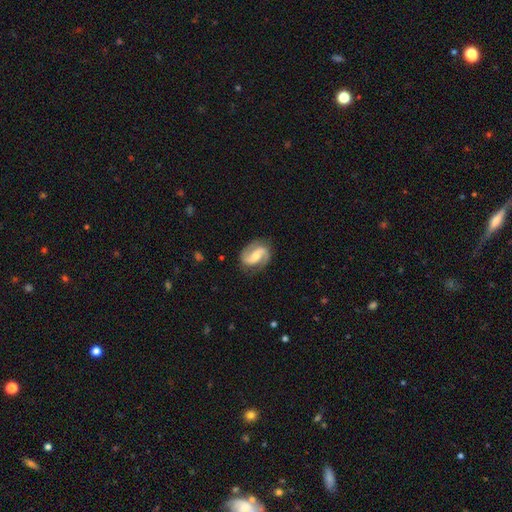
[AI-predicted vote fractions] A featured or disk galaxy (86%) with a weak bar (40%), 2 (92%) medium (51%) spiral arms (97%) and a moderate central bulge (52%).

Vote fractions:
- Smooth or featured? featured or disk: 86% / smooth: 9% / star or artifact: 5%
- Edge-on disk? no: 98% / yes: 2%
- Bar? weak: 40% / no: 33% / strong: 27%
- Spiral arms? yes: 97% / no: 3%
- Spiral winding? medium: 51% / loose: 26% / tight: 23%
- Spiral arm count? 2: 92% / can't tell: 3% / 1: 2% / 3: 1% / 4: 1% / more than 4: 1%
- Bulge size? moderate: 52% / small: 38% / large: 5% / none: 4% / dominant: 1%
- Merging? none: 82% / minor disturbance: 12% / major disturbance: 4% / merger: 1%